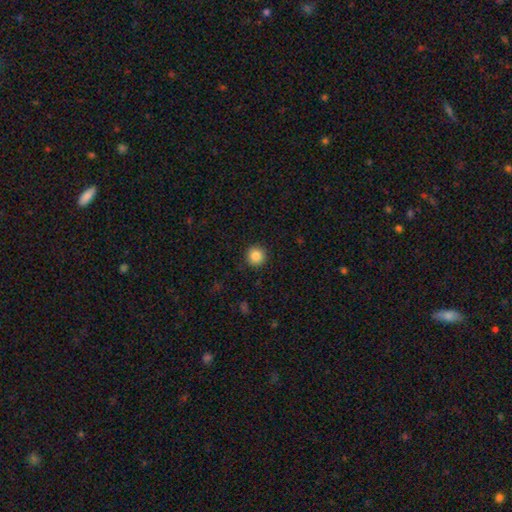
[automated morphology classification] Smooth or featured: smooth — 86% (star or artifact — 10%)
How rounded: round — 95% (in between — 4%)
Merging: none — 92% (minor disturbance — 5%)